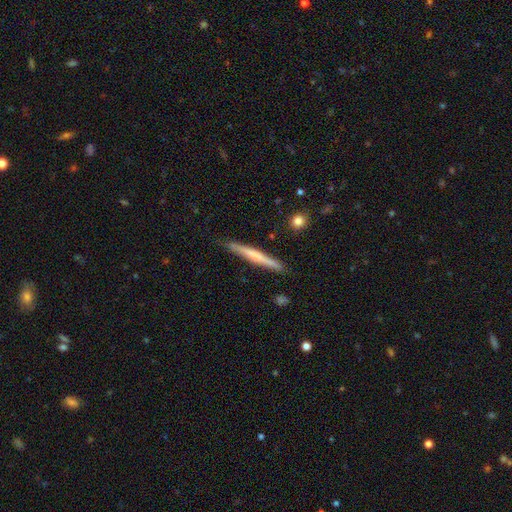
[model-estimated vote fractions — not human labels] Q: Smooth or featured?
A: smooth (50%); runner-up: featured or disk (44%)
Q: Merging?
A: none (86%); runner-up: minor disturbance (11%)